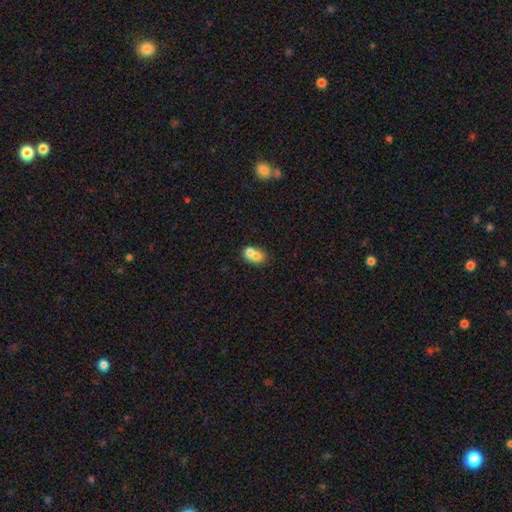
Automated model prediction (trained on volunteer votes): Smooth or featured? smooth (68%)
How rounded? in between (51%)
Merging? merger (66%)